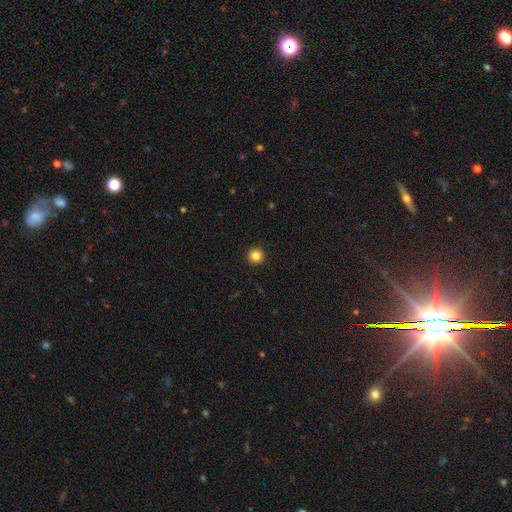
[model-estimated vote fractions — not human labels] smooth-or-featured: smooth: 84% | star or artifact: 12% | featured or disk: 4%
  how-rounded: round: 96% | in between: 3% | cigar-shaped: 1%
  merging: none: 93% | minor disturbance: 4% | major disturbance: 2% | merger: 1%